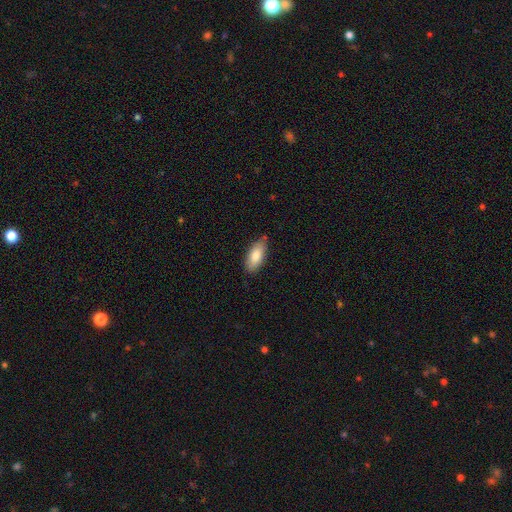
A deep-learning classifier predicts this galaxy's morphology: The model was most divided on "merging": none: 79%, minor disturbance: 16%, major disturbance: 3%, merger: 2%. More confident: how rounded — in between (85%); smooth or featured — smooth (84%).